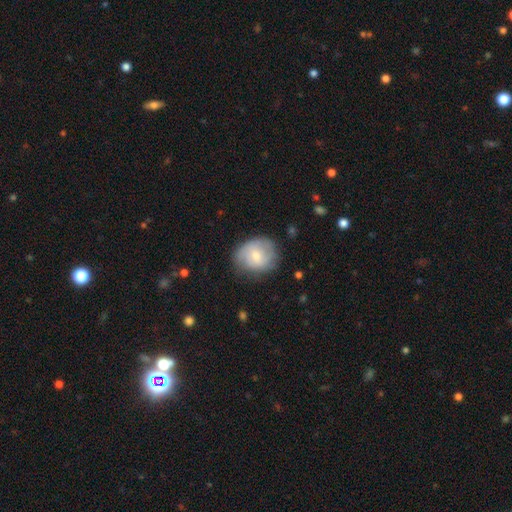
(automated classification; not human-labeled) smooth-or-featured: smooth: 52% | featured or disk: 41% | star or artifact: 7%
  how-rounded: round: 69% | in between: 30% | cigar-shaped: 1%
  merging: none: 68% | minor disturbance: 23% | major disturbance: 7% | merger: 1%